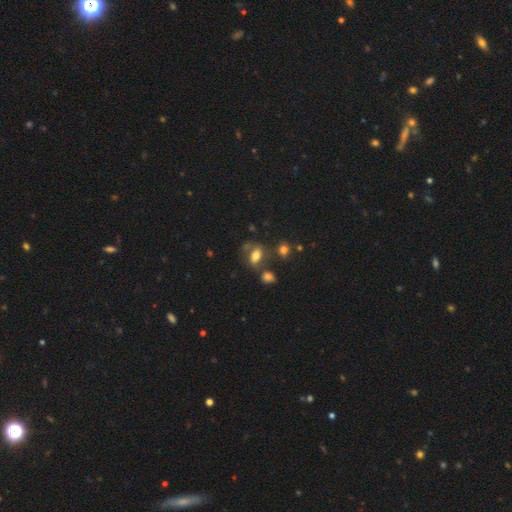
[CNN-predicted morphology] This is likely a smooth galaxy (70%). How rounded: clearly in between (81%). Merging: possibly none (56%).